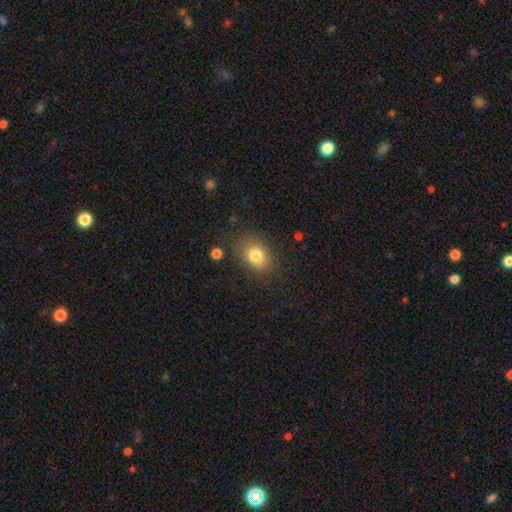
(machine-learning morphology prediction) Smooth or featured? Predicted: smooth (p=0.80). How rounded? Predicted: in between (p=0.63). Merging? Predicted: none (p=0.77).